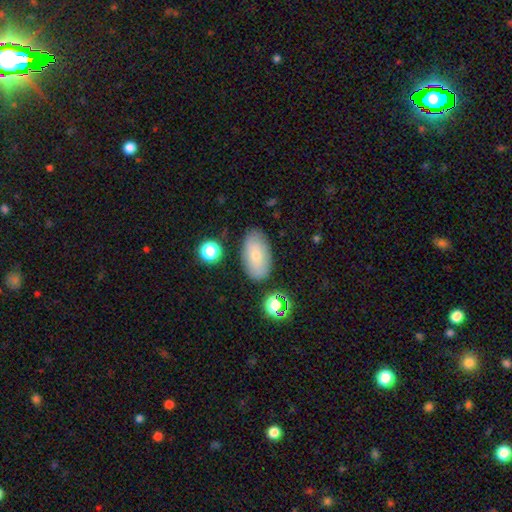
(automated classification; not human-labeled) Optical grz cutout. It shows a smooth galaxy with no disk features (70%) that is in between round and cigar-shaped (93%). Merging: none (81%).